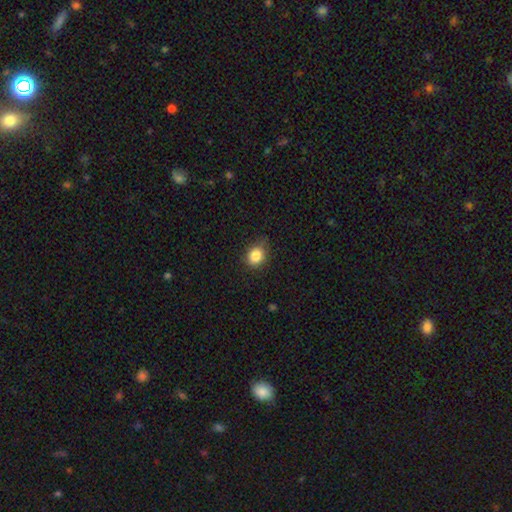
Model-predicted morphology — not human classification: The model was most divided on "how rounded": round: 64%, in between: 35%, cigar-shaped: 1%. More confident: smooth or featured — smooth (85%); merging — none (70%).